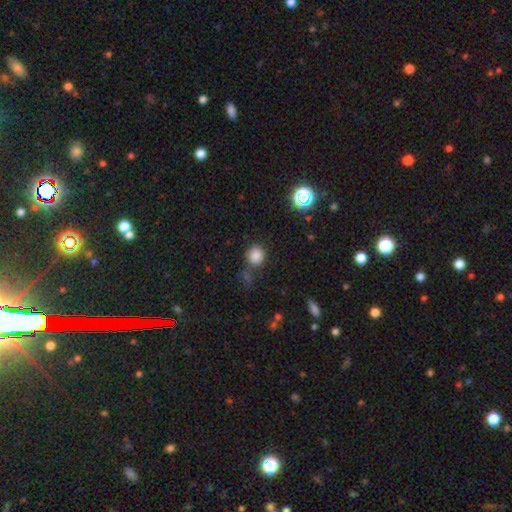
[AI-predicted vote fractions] Overall: smooth (83%). How rounded: round (83%). Merging: none (69%).